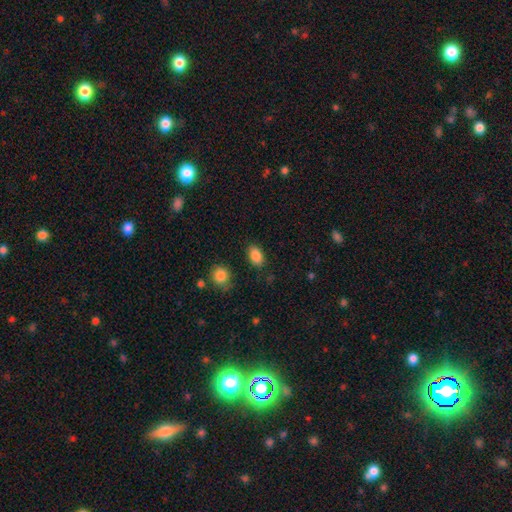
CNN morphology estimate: Q: Smooth or featured?
A: smooth (87%); runner-up: star or artifact (8%)
Q: How rounded?
A: in between (88%); runner-up: round (11%)
Q: Merging?
A: none (85%); runner-up: minor disturbance (10%)